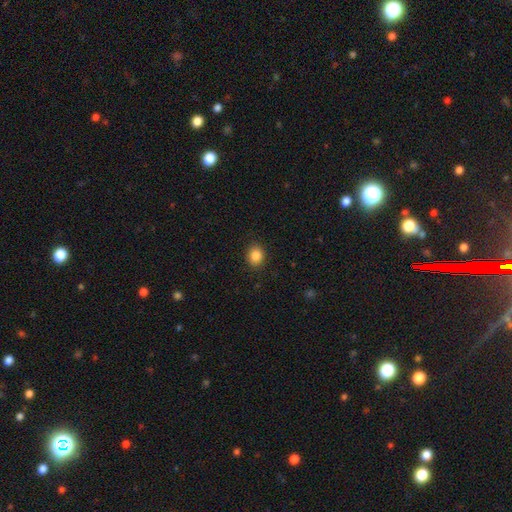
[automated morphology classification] Overall: smooth (86%). How rounded: round (59%; in between 40%). Merging: none (89%).